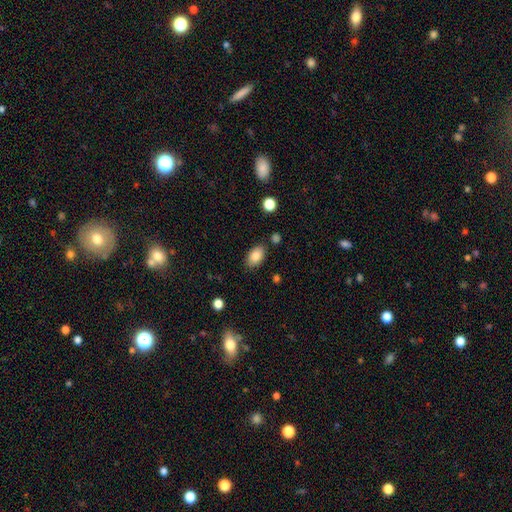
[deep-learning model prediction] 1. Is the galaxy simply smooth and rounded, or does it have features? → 86% smooth, 8% star or artifact, 6% featured or disk.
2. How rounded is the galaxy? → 89% in between, 9% round, 1% cigar-shaped.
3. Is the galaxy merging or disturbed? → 81% none, 13% minor disturbance, 4% merger, 3% major disturbance.